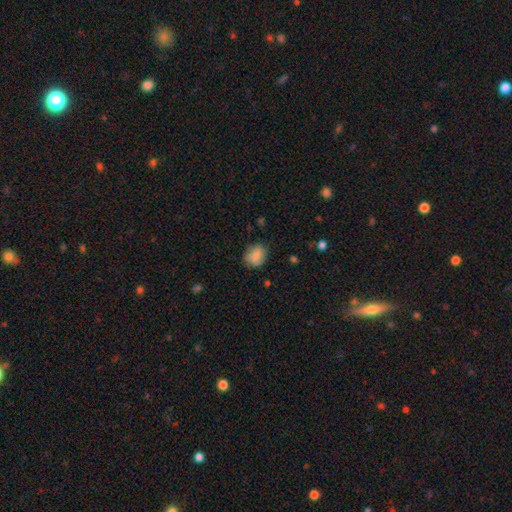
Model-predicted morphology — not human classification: A smooth galaxy with no disk features (78%) that is round (60%). Merging: none (72%).